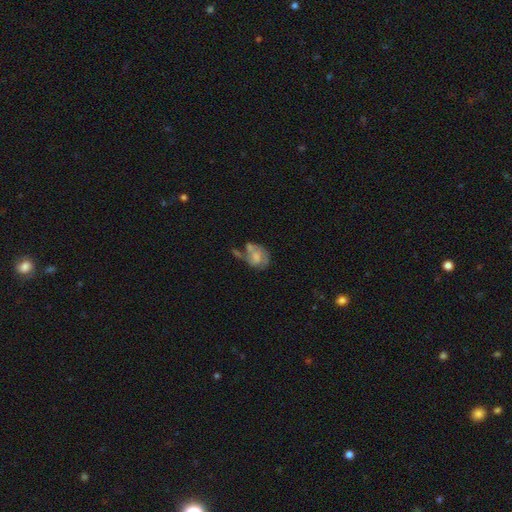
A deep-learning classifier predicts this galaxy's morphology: Smooth or featured?
  - featured or disk: 50% *
  - smooth: 42%
  - star or artifact: 8%
Merging?
  - none: 29% *
  - major disturbance: 26%
  - merger: 24%
  - minor disturbance: 22%